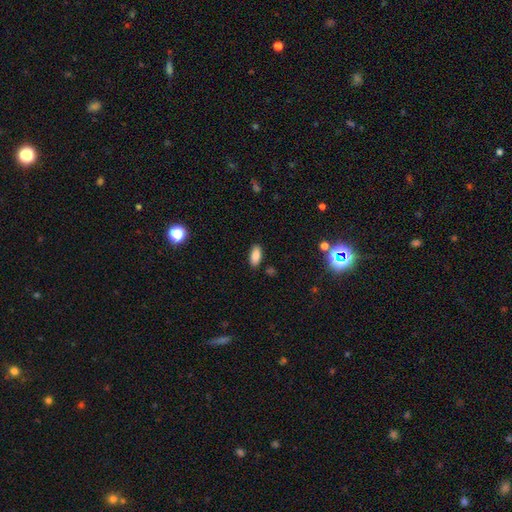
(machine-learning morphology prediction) This is clearly a smooth galaxy (86%). How rounded: clearly in between (88%). Merging: clearly none (87%).